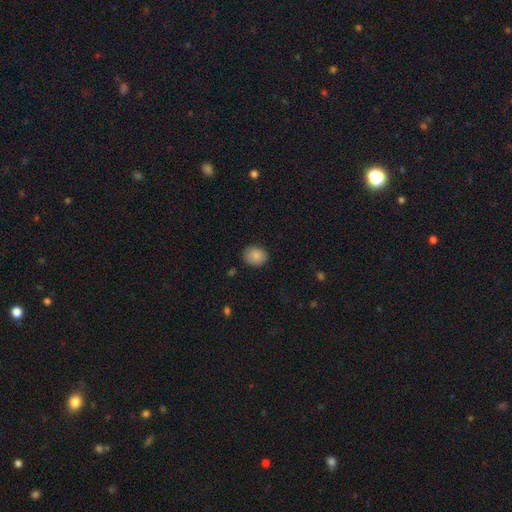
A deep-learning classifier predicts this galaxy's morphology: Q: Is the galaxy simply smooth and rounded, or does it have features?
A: smooth — 87%.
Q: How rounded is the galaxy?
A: round — 54%.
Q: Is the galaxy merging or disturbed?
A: none — 85%.